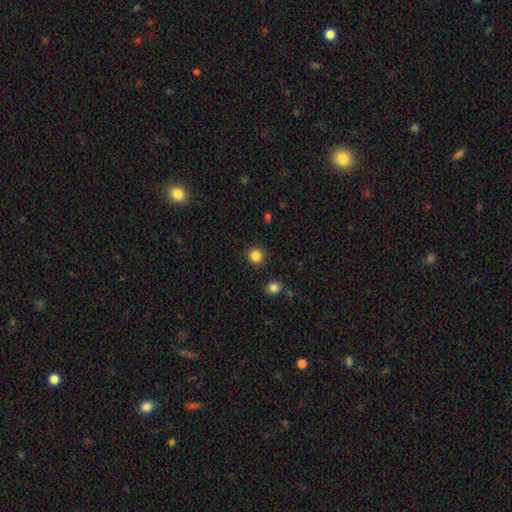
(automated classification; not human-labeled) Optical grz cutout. It shows a smooth galaxy with no disk features (85%) that is round (94%). Merging: none (91%).